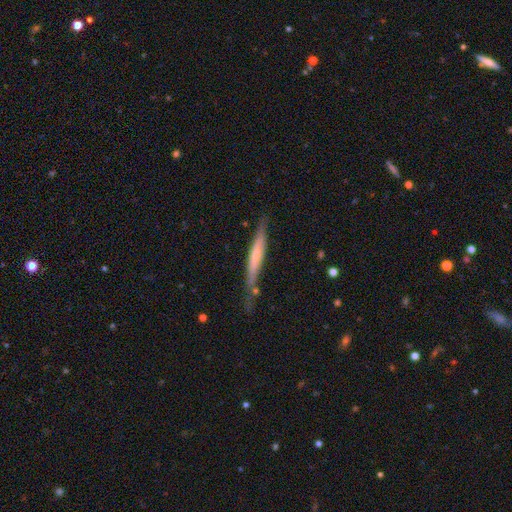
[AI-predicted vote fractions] Overall: featured or disk (48%; smooth 47%). Merging: none (72%).